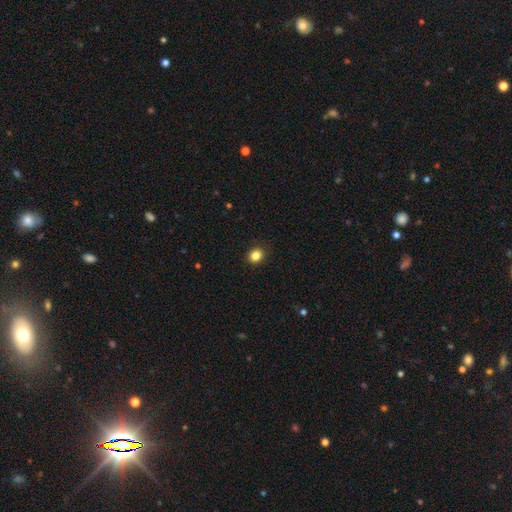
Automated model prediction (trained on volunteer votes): Smooth or featured? smooth (85%)
How rounded? round (80%)
Merging? none (91%)